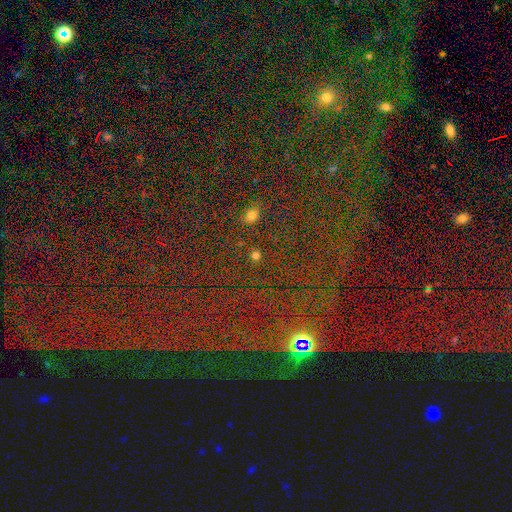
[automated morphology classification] Smooth or featured? Predicted: smooth (p=0.54). How rounded? Predicted: round (p=0.79). Merging? Predicted: none (p=0.82).